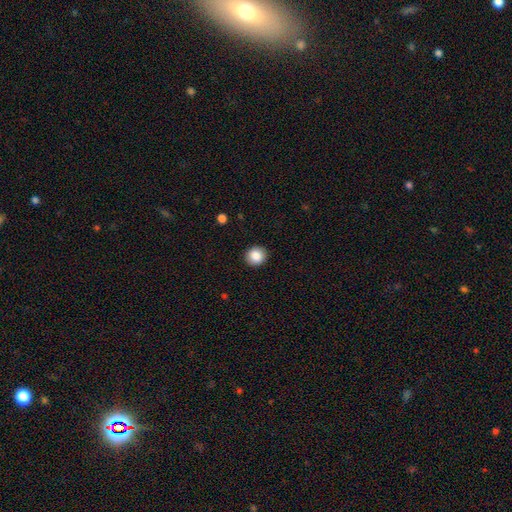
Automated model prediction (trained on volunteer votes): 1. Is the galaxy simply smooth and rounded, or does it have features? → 87% smooth, 9% star or artifact, 5% featured or disk.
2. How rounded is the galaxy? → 88% round, 11% in between, 1% cigar-shaped.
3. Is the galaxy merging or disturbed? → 91% none, 6% minor disturbance, 2% major disturbance, 1% merger.